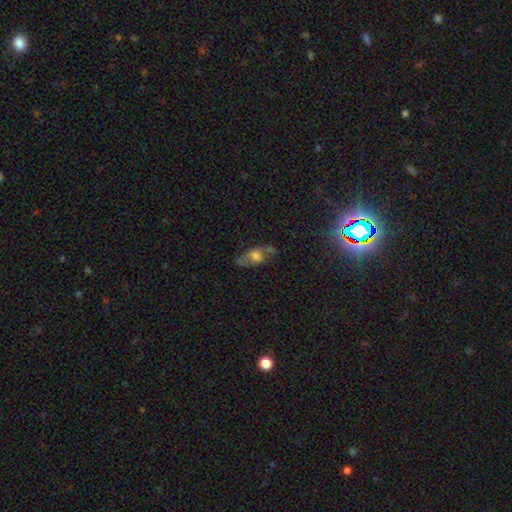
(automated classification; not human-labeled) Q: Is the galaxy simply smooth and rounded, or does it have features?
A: featured or disk — 48%.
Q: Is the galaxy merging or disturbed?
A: none — 64%.